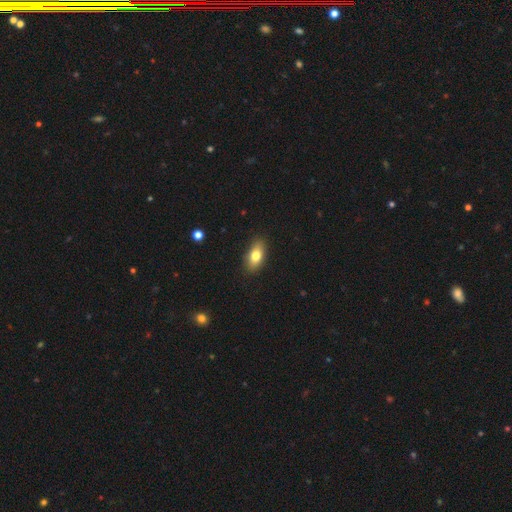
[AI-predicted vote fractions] Smooth or featured? smooth (78%)
How rounded? in between (86%)
Merging? none (86%)